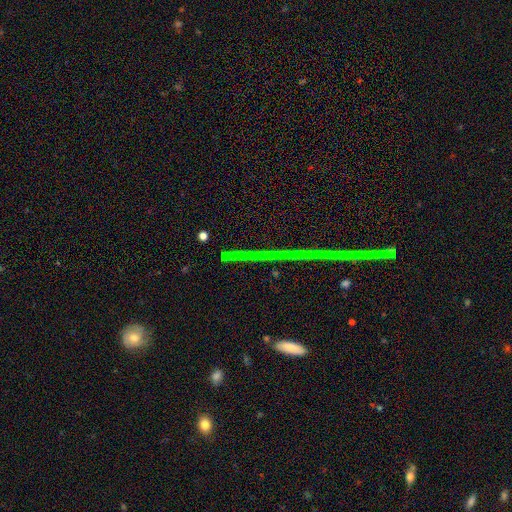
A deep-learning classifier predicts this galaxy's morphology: This is likely a star or artifact rather than a galaxy (79%).